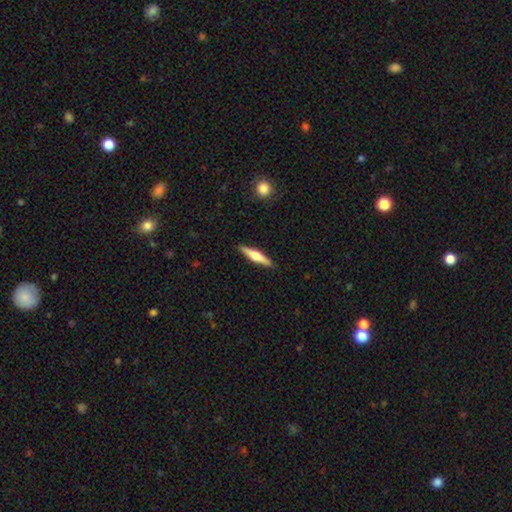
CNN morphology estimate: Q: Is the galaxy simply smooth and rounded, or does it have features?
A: featured or disk — 62%.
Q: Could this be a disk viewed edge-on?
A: yes — 97%.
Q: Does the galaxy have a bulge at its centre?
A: rounded — 92%.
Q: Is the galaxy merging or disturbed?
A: none — 91%.